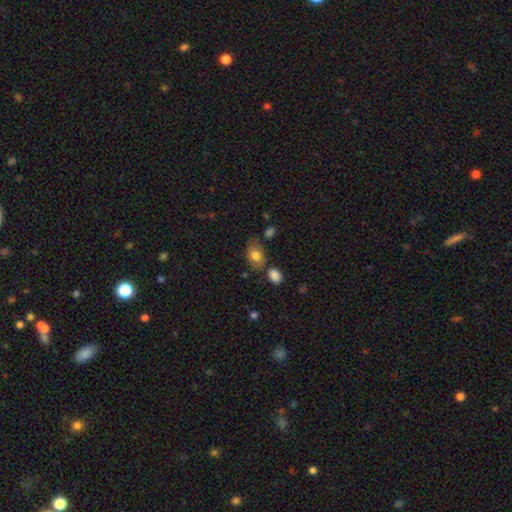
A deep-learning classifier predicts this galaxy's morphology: The model was most divided on "merging": none: 67%, minor disturbance: 20%, merger: 8%, major disturbance: 5%. More confident: how rounded — in between (87%); smooth or featured — smooth (78%).